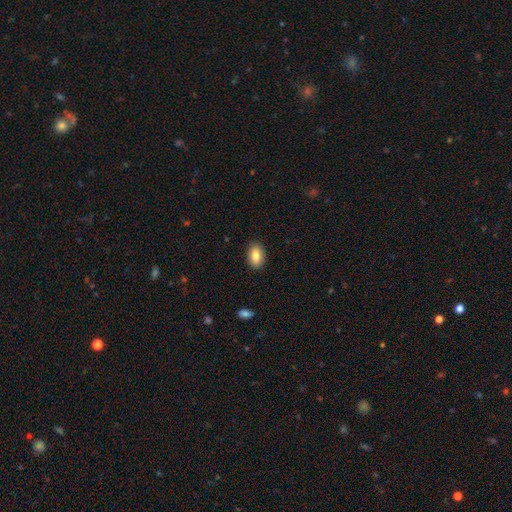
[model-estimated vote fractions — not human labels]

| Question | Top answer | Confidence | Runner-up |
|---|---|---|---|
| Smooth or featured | smooth | 84% | featured or disk (9%) |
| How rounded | in between | 89% | round (9%) |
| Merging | none | 89% | minor disturbance (8%) |